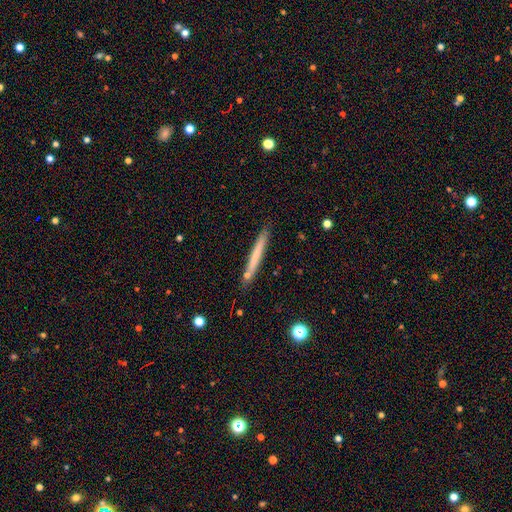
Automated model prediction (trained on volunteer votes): Morphology: type=smooth (63%); roundness=cigar-shaped (97%); merging=none (83%).